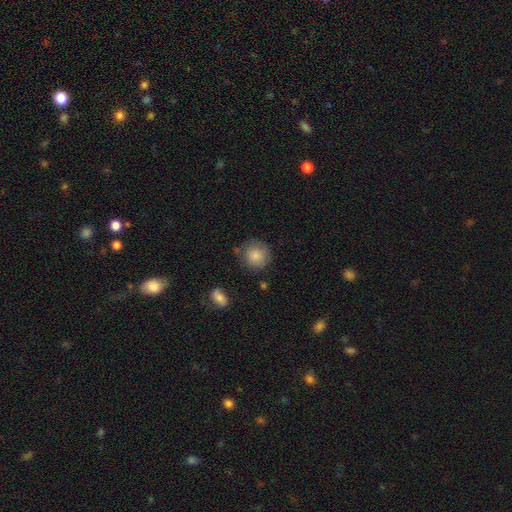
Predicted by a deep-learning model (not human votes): Morphology: type=smooth (85%); roundness=round (91%); merging=none (76%).